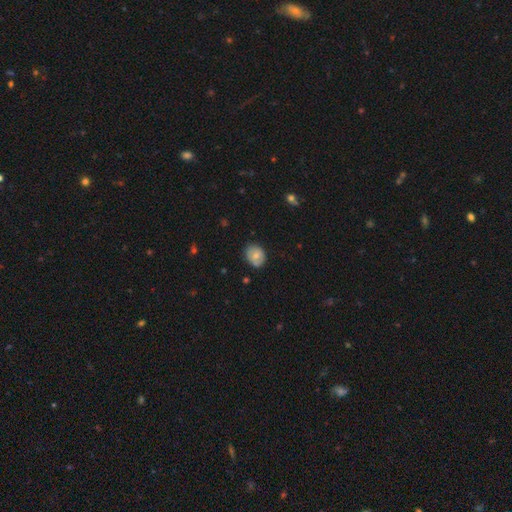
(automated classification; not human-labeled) Overall: smooth (64%; featured or disk 28%). How rounded: round (50%; in between 49%). Merging: none (77%).